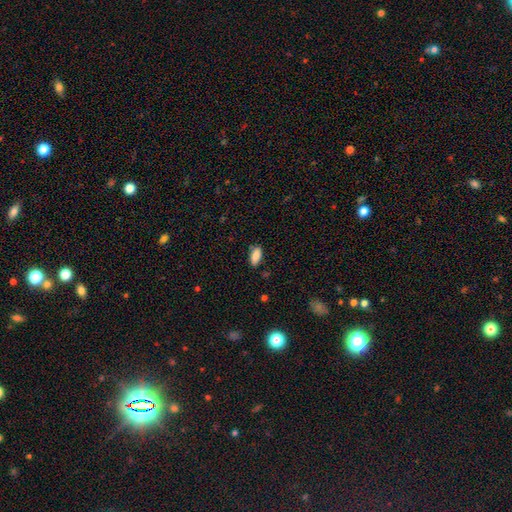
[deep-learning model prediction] Smooth or featured? smooth (86%)
How rounded? in between (85%)
Merging? none (80%)